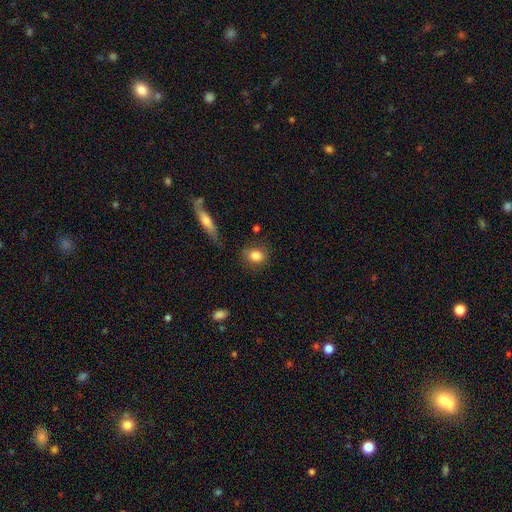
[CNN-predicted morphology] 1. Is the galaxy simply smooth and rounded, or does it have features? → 84% smooth, 8% star or artifact, 8% featured or disk.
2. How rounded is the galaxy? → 50% in between, 48% round, 3% cigar-shaped.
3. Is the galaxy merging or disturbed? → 76% none, 16% minor disturbance, 5% major disturbance, 3% merger.